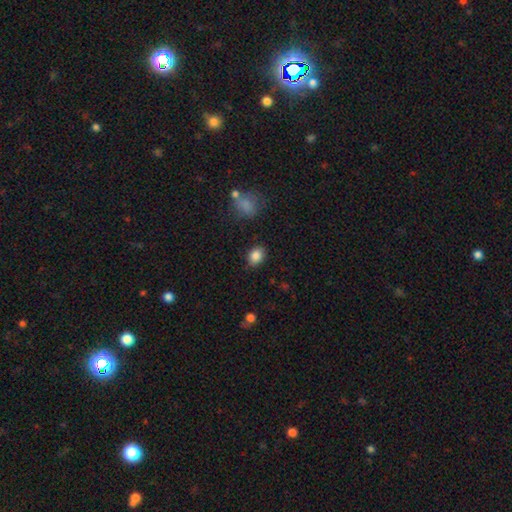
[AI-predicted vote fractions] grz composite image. It shows a smooth galaxy with no disk features (86%) that is in between round and cigar-shaped (65%). Merging: none (85%).